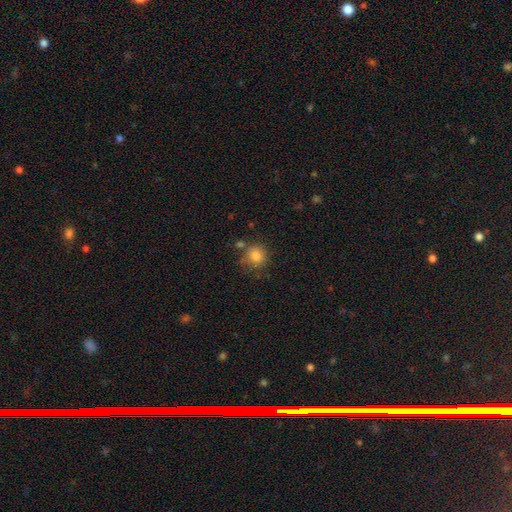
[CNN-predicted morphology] A smooth galaxy with no disk features (83%) that is round (82%).

Vote fractions:
- Smooth or featured? smooth: 83% / star or artifact: 10% / featured or disk: 6%
- How rounded? round: 82% / in between: 17% / cigar-shaped: 1%
- Merging? none: 67% / minor disturbance: 18% / merger: 10% / major disturbance: 6%